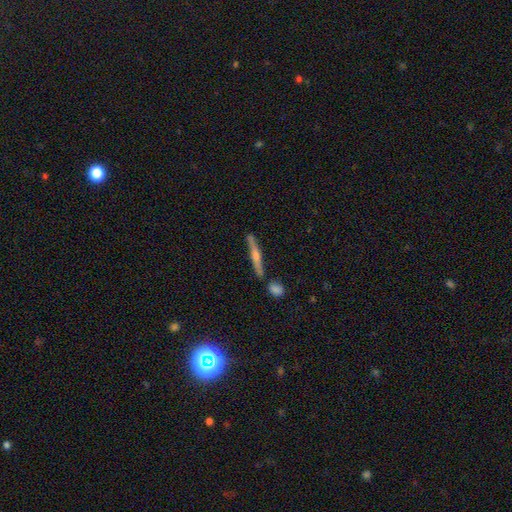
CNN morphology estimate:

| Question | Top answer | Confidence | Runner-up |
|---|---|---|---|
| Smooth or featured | featured or disk | 64% | smooth (23%) |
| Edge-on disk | yes | 95% | no (5%) |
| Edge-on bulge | rounded | 76% | none (15%) |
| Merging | none | 80% | minor disturbance (10%) |